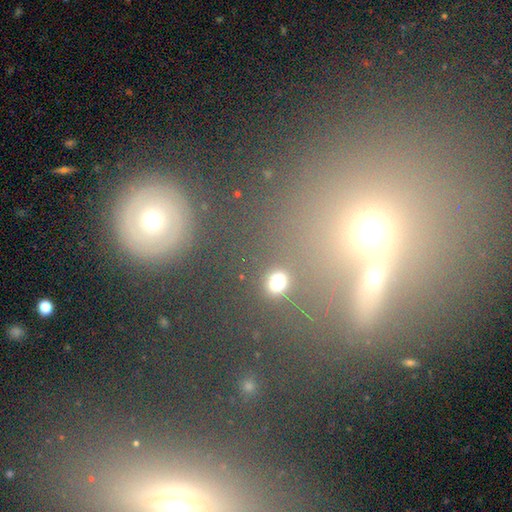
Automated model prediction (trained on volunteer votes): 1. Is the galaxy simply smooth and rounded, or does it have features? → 58% smooth, 28% star or artifact, 14% featured or disk.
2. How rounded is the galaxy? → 82% round, 16% in between, 2% cigar-shaped.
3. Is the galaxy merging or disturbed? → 75% none, 12% merger, 8% minor disturbance, 5% major disturbance.